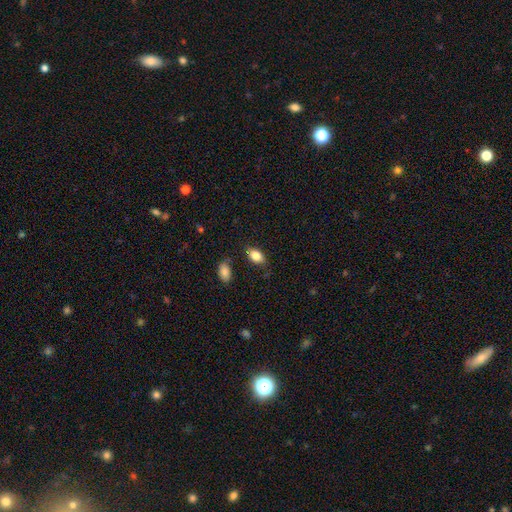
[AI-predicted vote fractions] smooth 83%, featured or disk 9%, star or artifact 8%. Down the decision tree: how rounded — in between (91%); merging — none (80%).